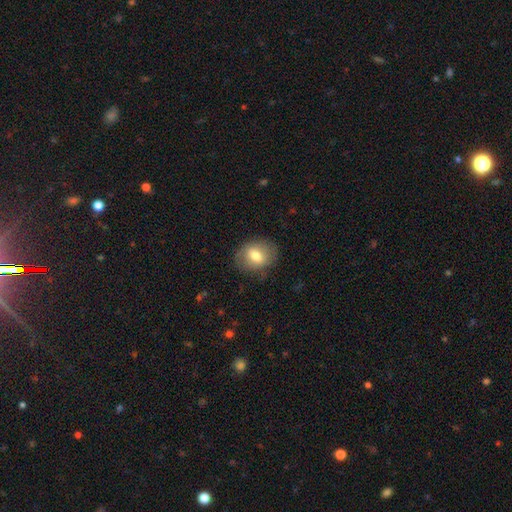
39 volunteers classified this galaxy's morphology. Smooth or featured? 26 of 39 (67%) said smooth. How rounded? 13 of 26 (50%) said in between. Merging? 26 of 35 (74%) said none.